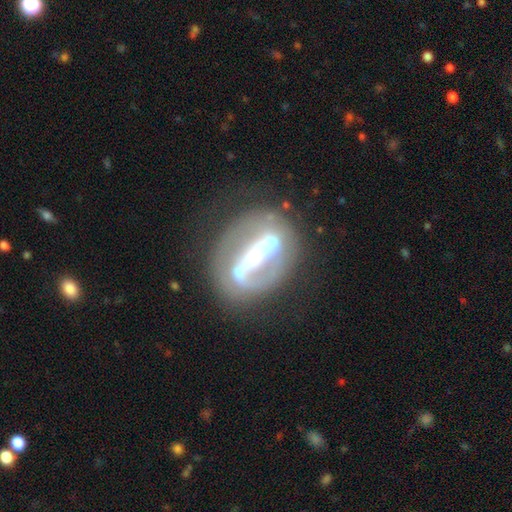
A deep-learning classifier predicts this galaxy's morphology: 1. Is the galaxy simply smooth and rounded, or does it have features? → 77% featured or disk, 15% smooth, 8% star or artifact.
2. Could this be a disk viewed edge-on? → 87% no, 13% yes.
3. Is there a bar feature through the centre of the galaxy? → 79% strong, 12% weak, 8% no.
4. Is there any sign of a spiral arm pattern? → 52% yes, 48% no.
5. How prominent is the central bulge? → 38% moderate, 26% small, 20% large, 11% none, 6% dominant.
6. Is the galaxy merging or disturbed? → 63% none, 18% minor disturbance, 15% major disturbance, 5% merger.